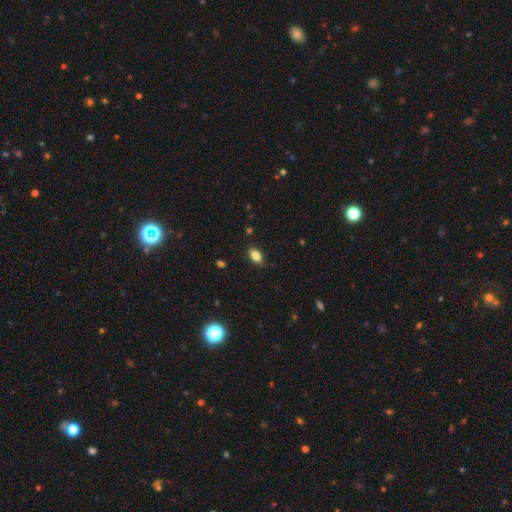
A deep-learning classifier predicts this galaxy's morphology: smooth_or_featured: smooth (p=0.84) [alt: star or artifact p=0.10]
how_rounded: in between (p=0.88) [alt: round p=0.09]
merging: none (p=0.86) [alt: minor disturbance p=0.10]